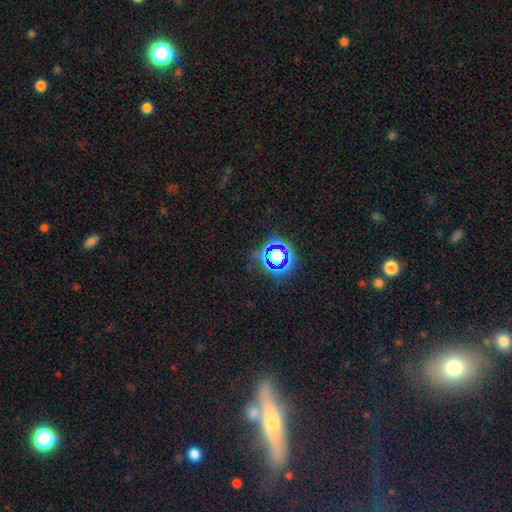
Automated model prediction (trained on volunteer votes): Smooth or featured? Predicted: star or artifact (p=0.56).